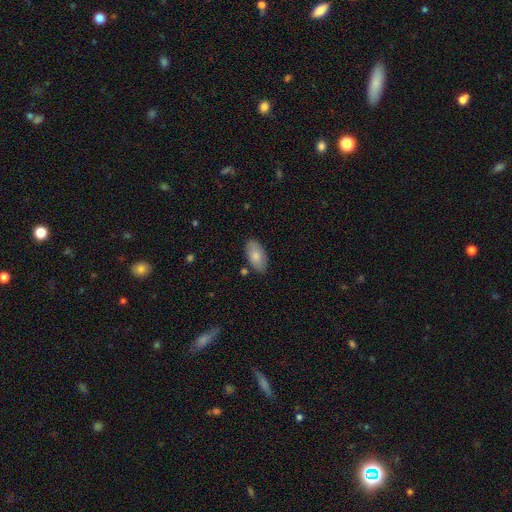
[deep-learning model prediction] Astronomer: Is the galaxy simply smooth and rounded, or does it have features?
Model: smooth — 81%.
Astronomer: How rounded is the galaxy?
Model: in between — 94%.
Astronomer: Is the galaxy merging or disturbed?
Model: none — 82%.